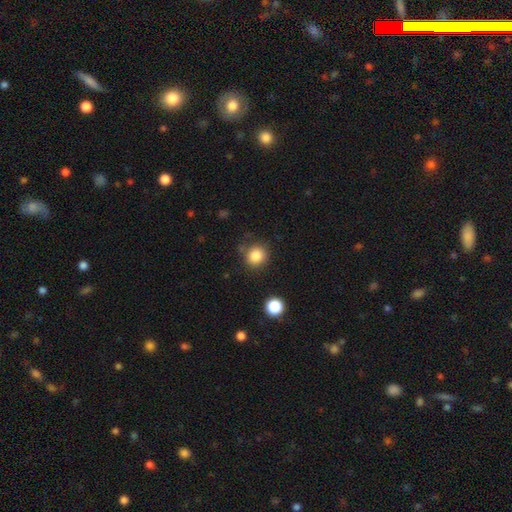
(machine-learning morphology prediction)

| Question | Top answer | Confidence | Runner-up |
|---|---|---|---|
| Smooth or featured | smooth | 85% | star or artifact (10%) |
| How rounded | round | 88% | in between (11%) |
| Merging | none | 81% | minor disturbance (11%) |